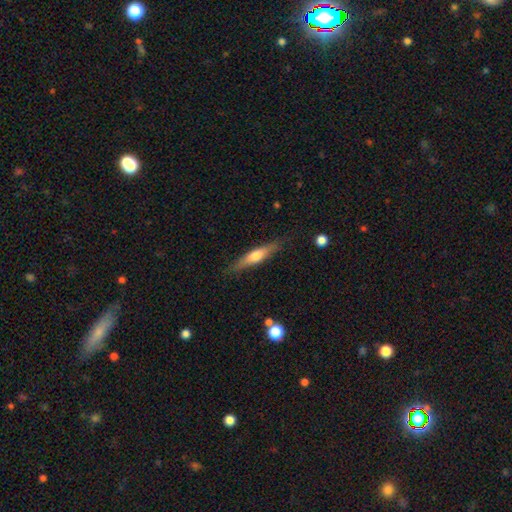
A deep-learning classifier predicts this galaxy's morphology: A smooth galaxy with no disk features (51%) that is cigar-shaped (82%). Merging: none (83%).